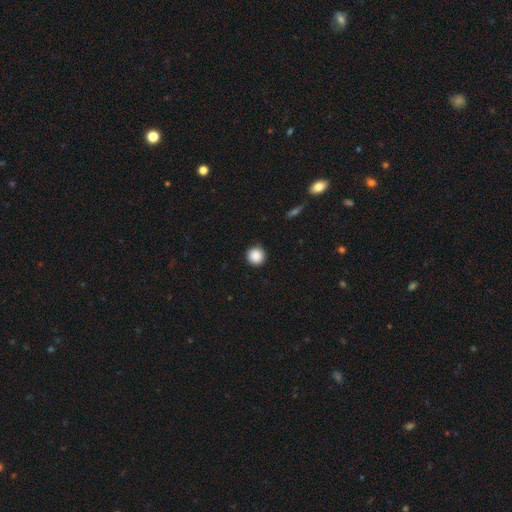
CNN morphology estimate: This appears to be a smooth galaxy with no disk features (88%) that is round (96%). Merging: none (92%).